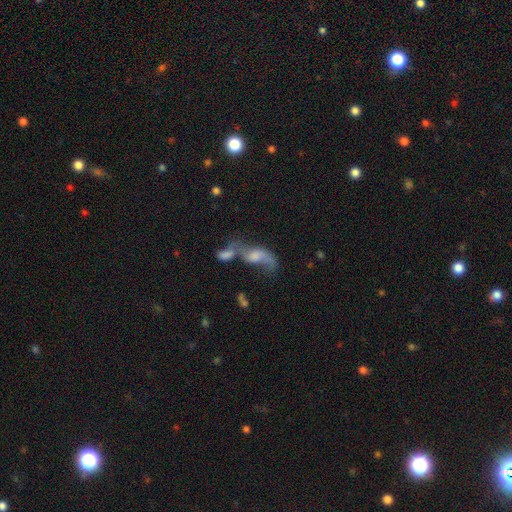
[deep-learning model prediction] Smooth or featured? Predicted: featured or disk (p=0.54). Edge-on disk? Predicted: no (p=0.88). Merging? Predicted: merger (p=0.51).